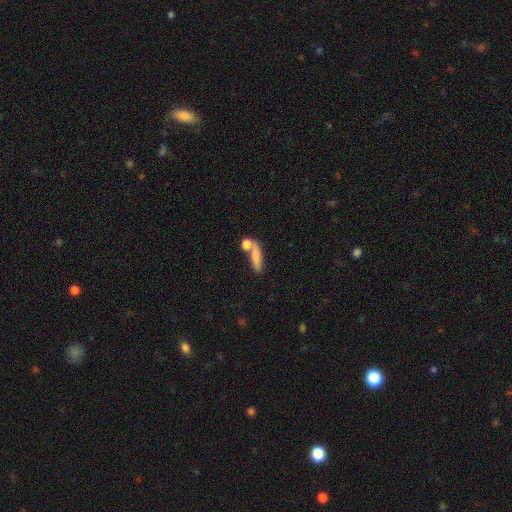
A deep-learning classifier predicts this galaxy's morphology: smooth-or-featured: smooth: 78% | featured or disk: 13% | star or artifact: 9%
  how-rounded: cigar-shaped: 60% | in between: 30% | round: 9%
  merging: none: 55% | merger: 27% | minor disturbance: 12% | major disturbance: 6%